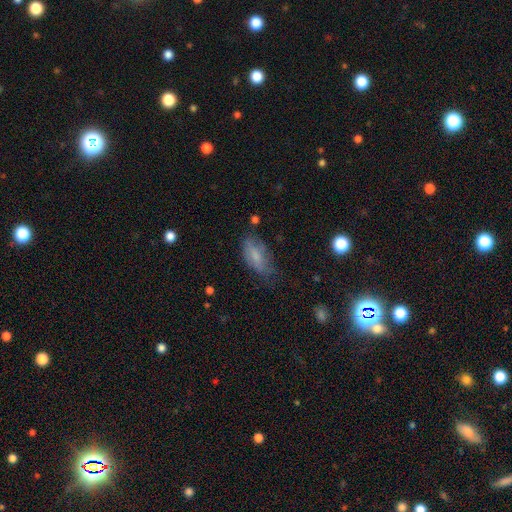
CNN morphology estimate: This appears to be a smooth galaxy with no disk features (68%) that is in between round and cigar-shaped (84%). Merging: none (55%).